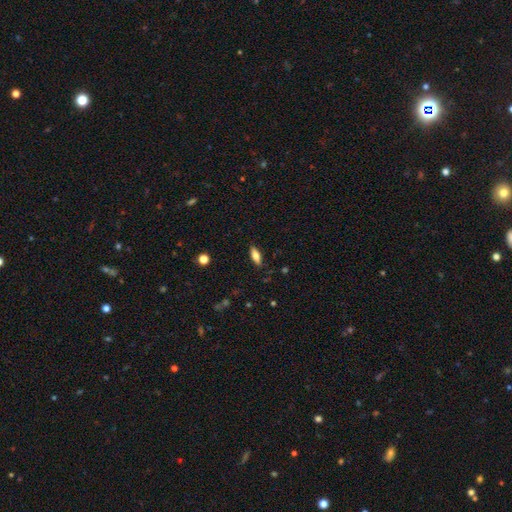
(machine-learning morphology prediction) Q: Smooth or featured?
A: smooth (74%); runner-up: featured or disk (18%)
Q: How rounded?
A: in between (73%); runner-up: cigar-shaped (25%)
Q: Merging?
A: none (87%); runner-up: minor disturbance (10%)